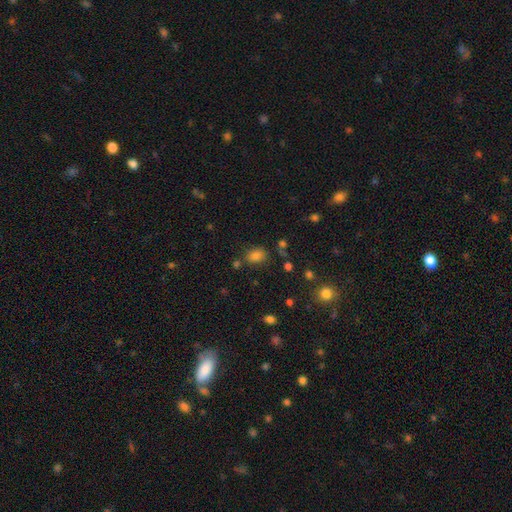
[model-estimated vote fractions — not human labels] The model was most divided on "how rounded": in between: 62%, round: 37%, cigar-shaped: 1%. More confident: merging — none (76%); smooth or featured — smooth (75%).